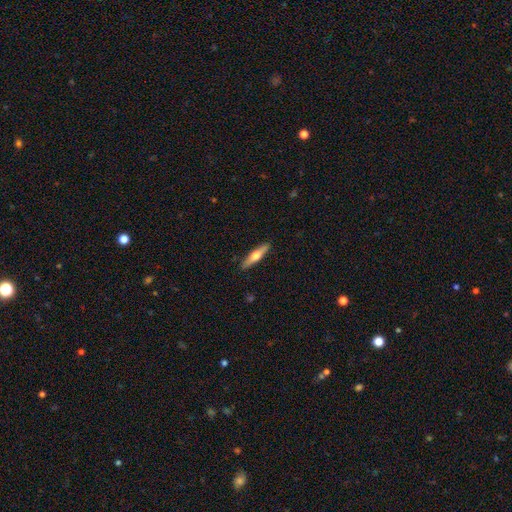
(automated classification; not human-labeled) Smooth or featured? featured or disk (48%)
Merging? none (89%)